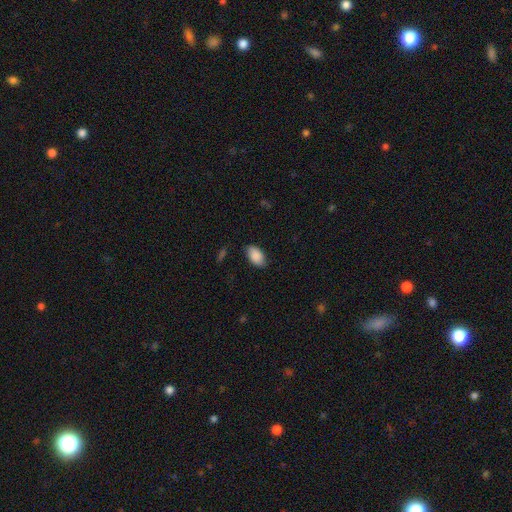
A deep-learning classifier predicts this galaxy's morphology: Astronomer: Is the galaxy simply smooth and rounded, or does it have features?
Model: smooth — 89%.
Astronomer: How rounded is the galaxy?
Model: in between — 94%.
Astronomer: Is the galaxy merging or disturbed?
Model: none — 83%.